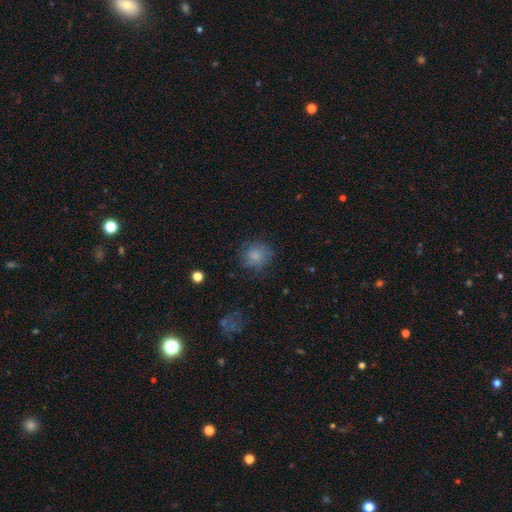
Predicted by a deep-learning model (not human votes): The model was most divided on "merging": none: 74%, minor disturbance: 17%, major disturbance: 7%, merger: 2%. More confident: how rounded — round (86%); smooth or featured — smooth (79%).